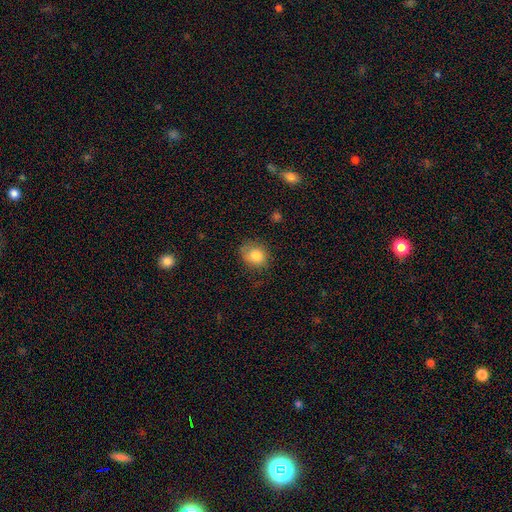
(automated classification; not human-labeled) This appears to be a smooth galaxy with no disk features (82%) that is round (61%). Merging: none (73%).